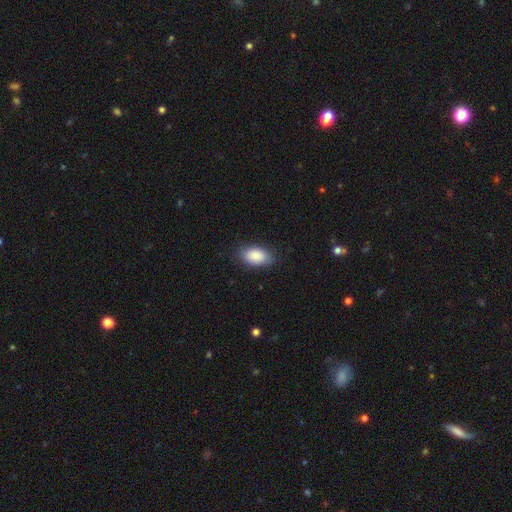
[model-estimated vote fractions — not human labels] Overall: smooth (88%). How rounded: in between (93%). Merging: none (82%).